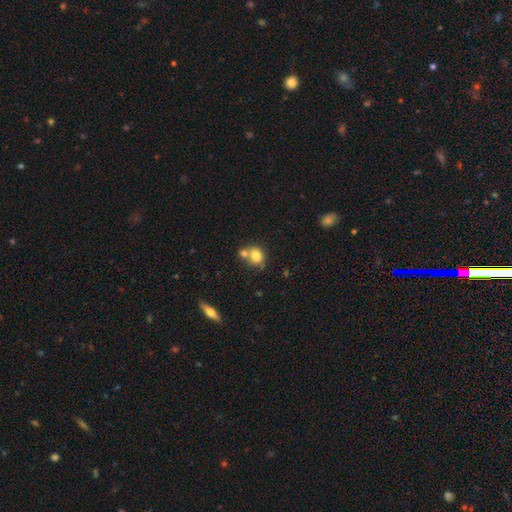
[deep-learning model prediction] smooth-or-featured: smooth: 77% | featured or disk: 13% | star or artifact: 10%
  how-rounded: round: 74% | in between: 25% | cigar-shaped: 1%
  merging: none: 48% | merger: 39% | minor disturbance: 10% | major disturbance: 3%